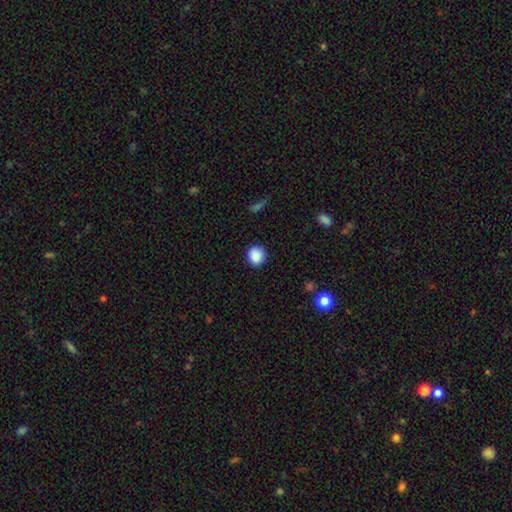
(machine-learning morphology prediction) A smooth galaxy with no disk features (89%) that is round (90%).

Vote fractions:
- Smooth or featured? smooth: 89% / star or artifact: 9% / featured or disk: 3%
- How rounded? round: 90% / in between: 9% / cigar-shaped: 1%
- Merging? none: 89% / minor disturbance: 7% / major disturbance: 2% / merger: 1%